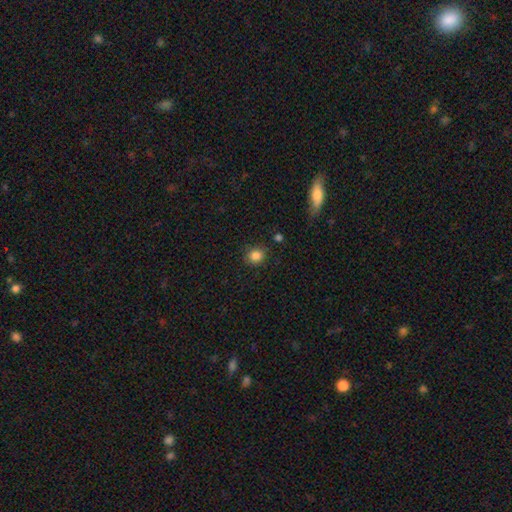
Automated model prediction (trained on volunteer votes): This is clearly a smooth galaxy (85%). How rounded: clearly round (81%). Merging: clearly none (85%).